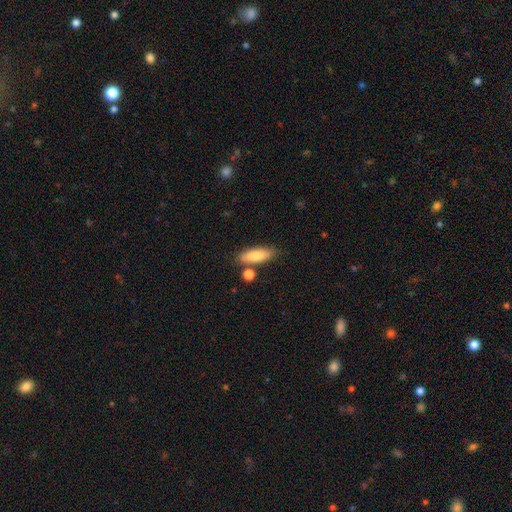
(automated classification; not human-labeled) smooth-or-featured: smooth: 84% | featured or disk: 10% | star or artifact: 6%
  how-rounded: in between: 59% | cigar-shaped: 38% | round: 3%
  merging: none: 75% | minor disturbance: 12% | merger: 10% | major disturbance: 3%